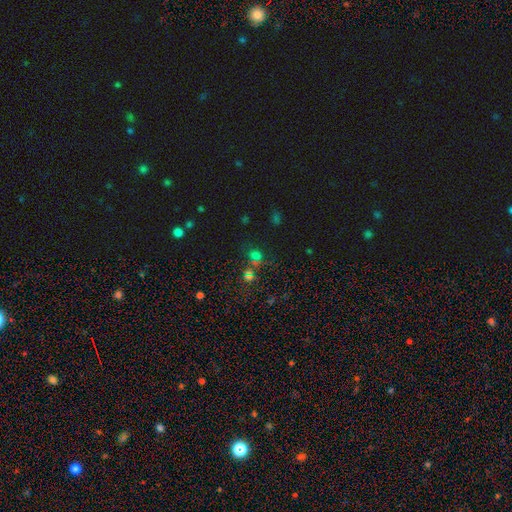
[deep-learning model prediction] A star or artifact, not a galaxy (46%).